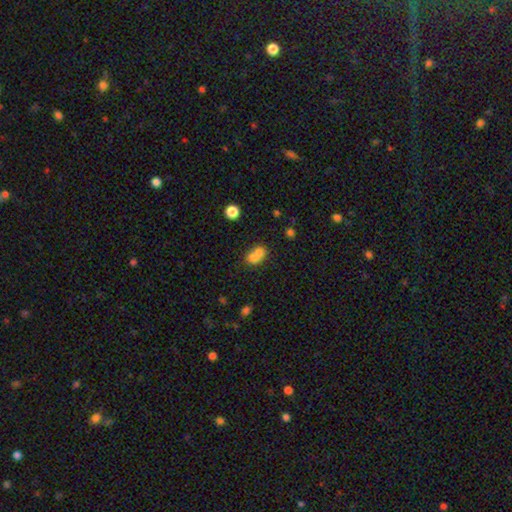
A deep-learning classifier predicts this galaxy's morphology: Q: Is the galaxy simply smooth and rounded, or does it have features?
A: smooth — 70%.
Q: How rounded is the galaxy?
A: round — 63%.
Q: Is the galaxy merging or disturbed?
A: merger — 67%.